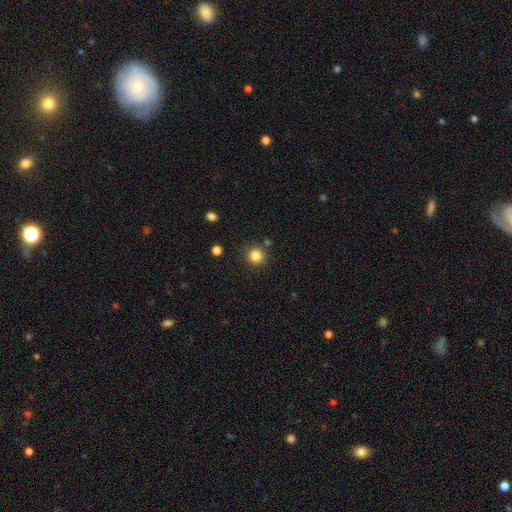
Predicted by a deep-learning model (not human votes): This is clearly a smooth galaxy (84%). How rounded: clearly round (92%). Merging: clearly none (86%).